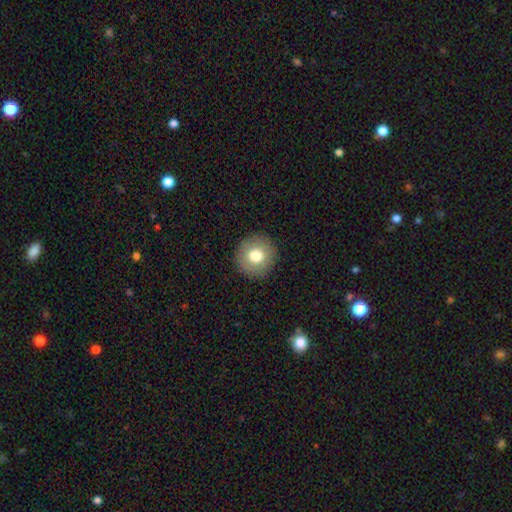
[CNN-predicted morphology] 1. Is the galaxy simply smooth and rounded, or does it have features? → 76% smooth, 14% featured or disk, 10% star or artifact.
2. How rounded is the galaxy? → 94% round, 5% in between, 1% cigar-shaped.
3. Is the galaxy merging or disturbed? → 91% none, 6% minor disturbance, 2% major disturbance, 1% merger.